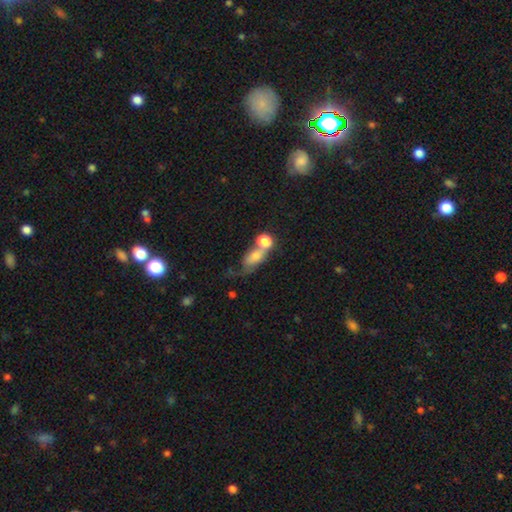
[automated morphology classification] Smooth or featured? Predicted: smooth (p=0.68). How rounded? Predicted: in between (p=0.66). Merging? Predicted: merger (p=0.48).